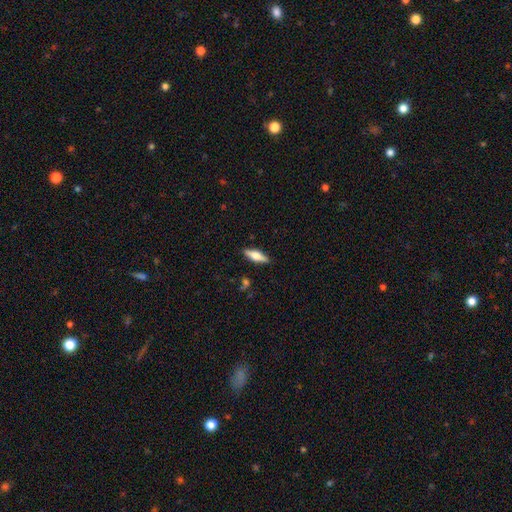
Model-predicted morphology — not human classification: featured or disk 47%, smooth 46%, star or artifact 6%. Down the decision tree: merging — none (88%).